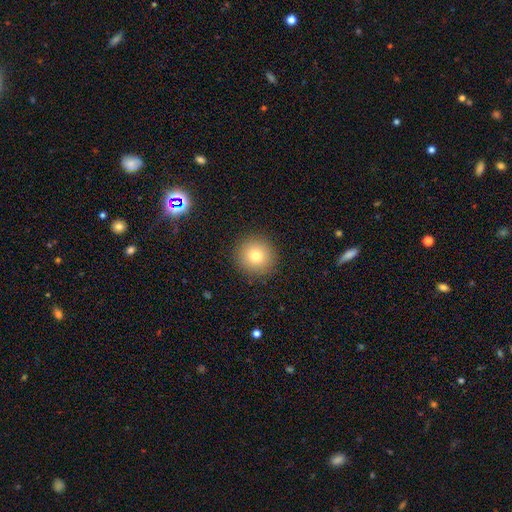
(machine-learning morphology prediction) Smooth or featured: smooth — 77% (star or artifact — 13%)
How rounded: round — 95% (in between — 4%)
Merging: none — 92% (minor disturbance — 5%)